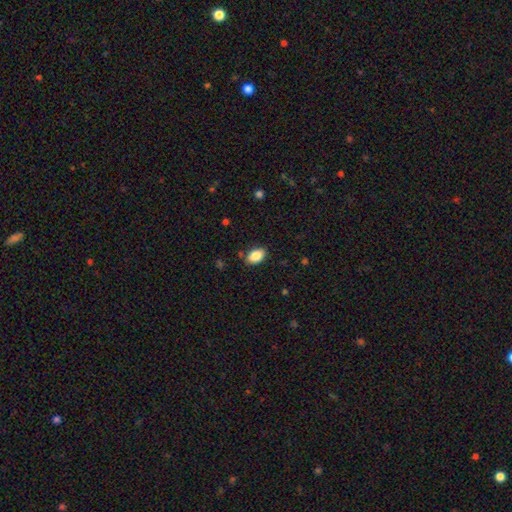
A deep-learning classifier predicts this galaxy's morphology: smooth-or-featured: smooth: 86% | star or artifact: 8% | featured or disk: 6%
  how-rounded: in between: 90% | round: 8% | cigar-shaped: 1%
  merging: none: 85% | minor disturbance: 11% | major disturbance: 2% | merger: 2%